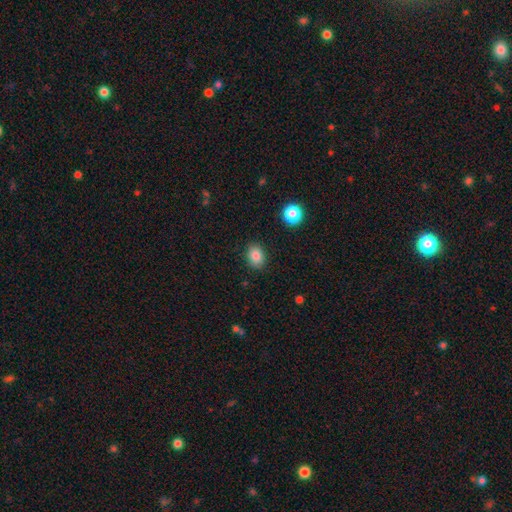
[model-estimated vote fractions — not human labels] smooth_or_featured: smooth (p=0.85) [alt: star or artifact p=0.09]
how_rounded: in between (p=0.67) [alt: round p=0.32]
merging: none (p=0.87) [alt: minor disturbance p=0.09]